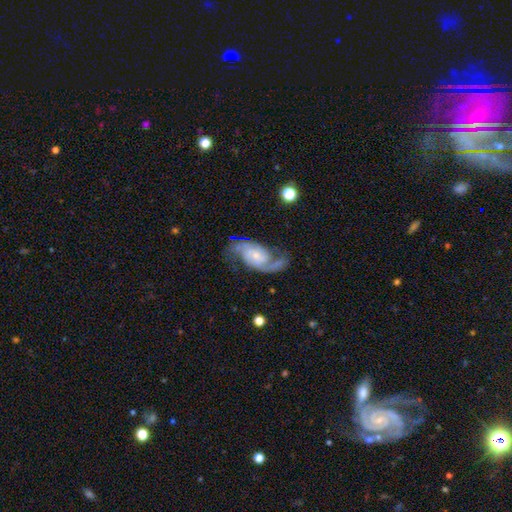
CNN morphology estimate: featured or disk 88%, smooth 7%, star or artifact 5%. Down the decision tree: edge-on disk — no (97%); bar — no (57%); spiral arms — yes (97%); spiral arm count — 2 (91%); spiral winding — medium (49%); bulge size — small (66%); merging — none (68%).